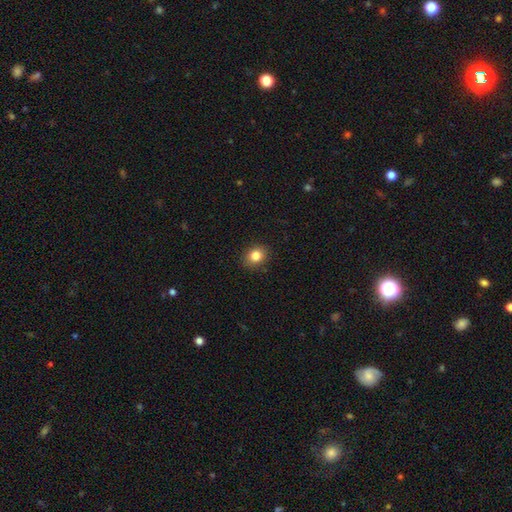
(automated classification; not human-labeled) The model was most divided on "how rounded": round: 64%, in between: 35%, cigar-shaped: 1%. More confident: merging — none (89%); smooth or featured — smooth (84%).